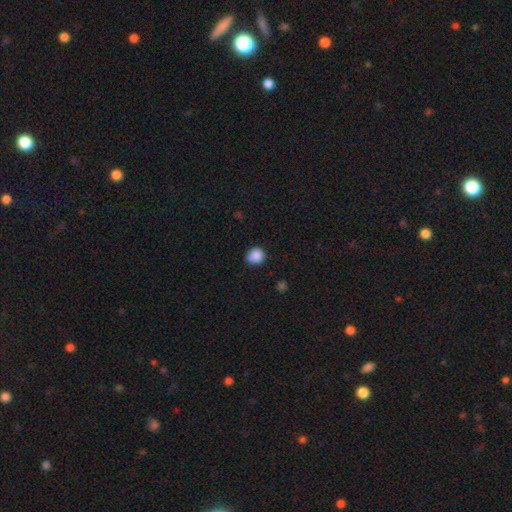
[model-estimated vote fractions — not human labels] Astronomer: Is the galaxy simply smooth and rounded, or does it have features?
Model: smooth — 87%.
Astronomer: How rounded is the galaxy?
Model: round — 82%.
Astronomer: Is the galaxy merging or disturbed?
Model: none — 74%.